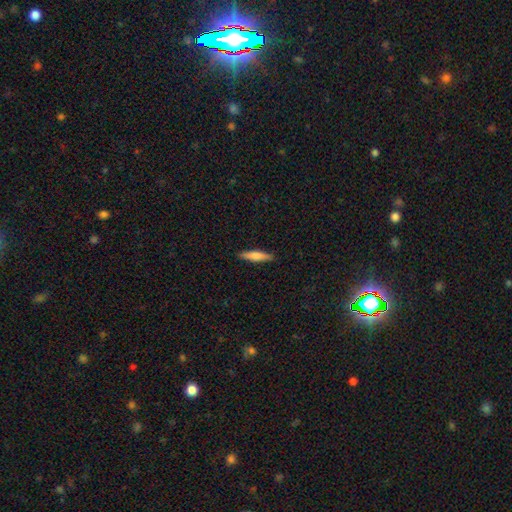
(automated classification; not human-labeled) Q: Smooth or featured?
A: smooth (69%); runner-up: featured or disk (26%)
Q: How rounded?
A: cigar-shaped (85%); runner-up: in between (14%)
Q: Merging?
A: none (90%); runner-up: minor disturbance (7%)